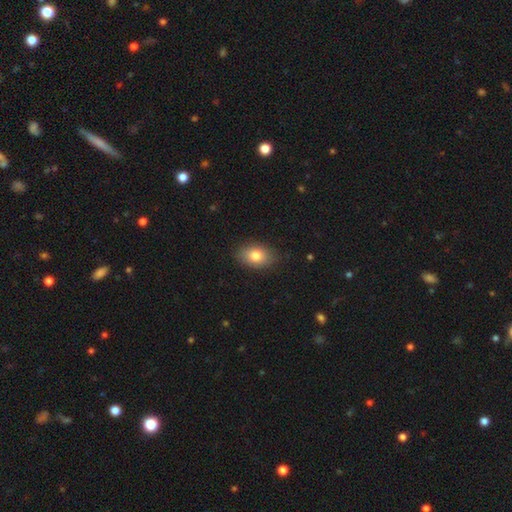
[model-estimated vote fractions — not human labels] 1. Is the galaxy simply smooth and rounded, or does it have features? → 81% smooth, 11% featured or disk, 8% star or artifact.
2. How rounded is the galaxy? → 84% in between, 15% round, 1% cigar-shaped.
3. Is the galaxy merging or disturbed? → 86% none, 11% minor disturbance, 2% major disturbance, 1% merger.